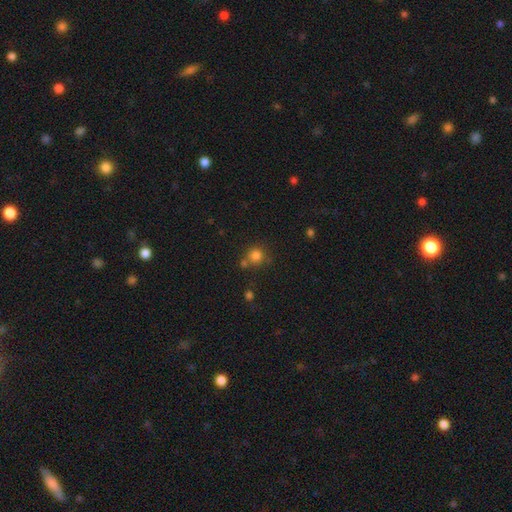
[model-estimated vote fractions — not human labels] Overall: smooth (80%). How rounded: round (91%). Merging: none (65%).